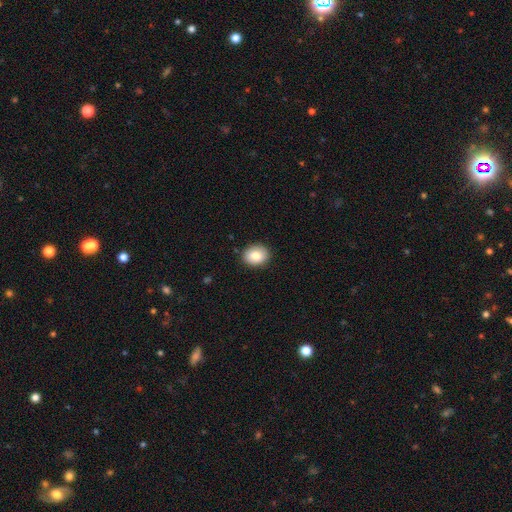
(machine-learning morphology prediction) type=smooth (82%); roundness=round (54%); merging=none (89%).